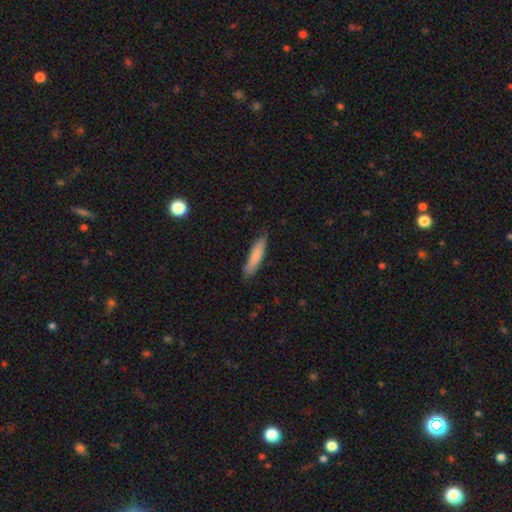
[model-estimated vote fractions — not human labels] Smooth or featured: smooth — 82% (featured or disk — 12%)
How rounded: cigar-shaped — 82% (in between — 16%)
Merging: none — 82% (minor disturbance — 15%)